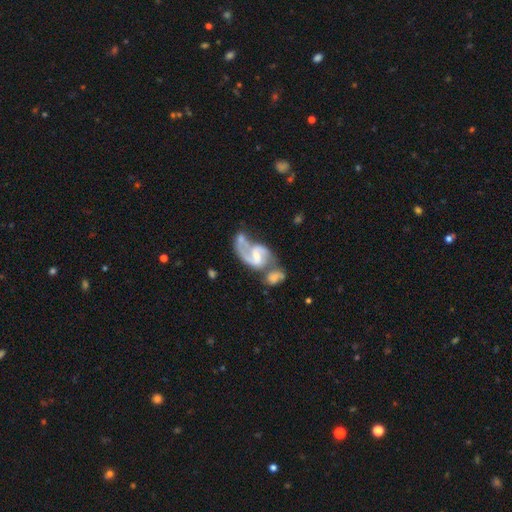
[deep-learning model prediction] A featured or disk galaxy (87%) with a weak bar (53%), 2 (82%) medium (47%) spiral arms (95%) and a small central bulge (50%).

Vote fractions:
- Smooth or featured? featured or disk: 87% / smooth: 8% / star or artifact: 5%
- Edge-on disk? no: 98% / yes: 2%
- Bar? weak: 53% / strong: 25% / no: 22%
- Spiral arms? yes: 95% / no: 5%
- Spiral winding? medium: 47% / loose: 40% / tight: 13%
- Spiral arm count? 2: 82% / 1: 11% / can't tell: 4% / 3: 2% / 4: 1% / more than 4: 1%
- Bulge size? small: 50% / moderate: 40% / none: 6% / large: 3% / dominant: 1%
- Merging? merger: 51% / none: 23% / major disturbance: 14% / minor disturbance: 13%